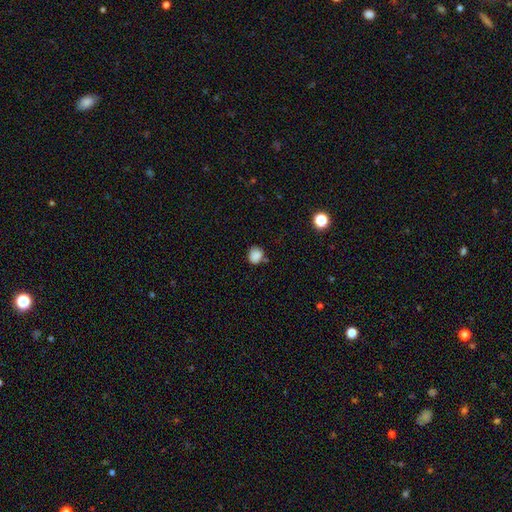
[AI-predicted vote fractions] Overall: smooth (86%). How rounded: round (70%). Merging: none (71%).